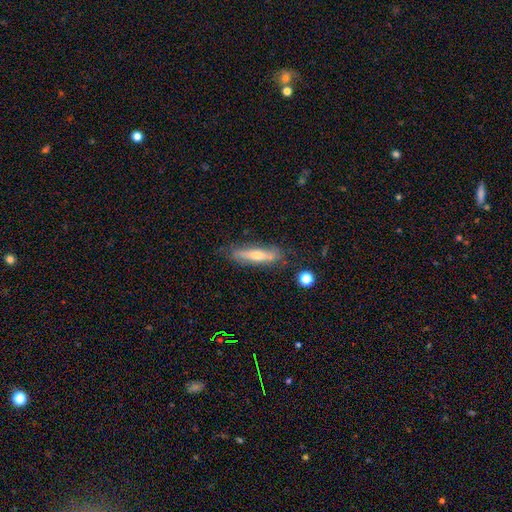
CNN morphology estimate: The model was most divided on "smooth or featured": featured or disk: 52%, smooth: 40%, star or artifact: 8%. More confident: merging — none (75%); edge-on disk — yes (73%).